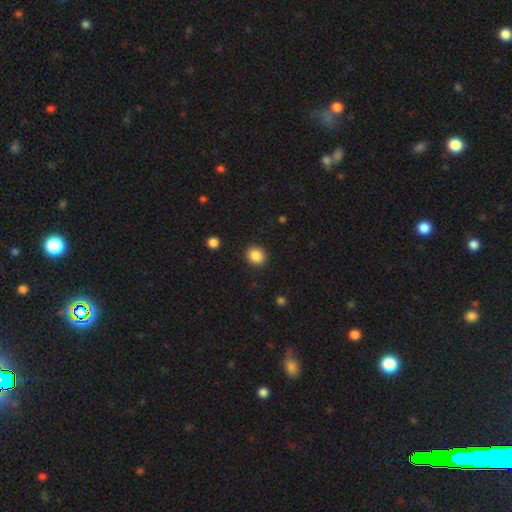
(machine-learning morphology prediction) Smooth or featured?
  - smooth: 87% *
  - star or artifact: 9%
  - featured or disk: 4%
How rounded?
  - round: 79% *
  - in between: 20%
  - cigar-shaped: 1%
Merging?
  - none: 91% *
  - minor disturbance: 6%
  - major disturbance: 2%
  - merger: 1%